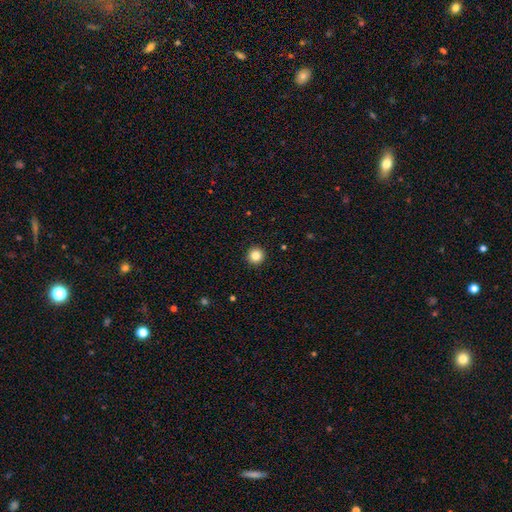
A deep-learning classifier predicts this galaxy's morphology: smooth-or-featured: smooth: 84% | star or artifact: 11% | featured or disk: 5%
  how-rounded: round: 96% | in between: 3% | cigar-shaped: 1%
  merging: none: 94% | minor disturbance: 4% | major disturbance: 1% | merger: 1%